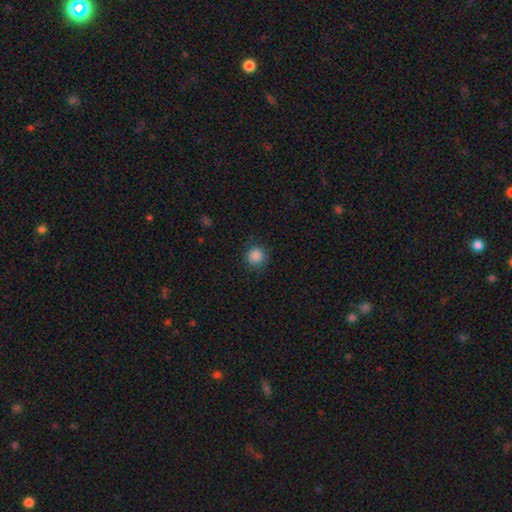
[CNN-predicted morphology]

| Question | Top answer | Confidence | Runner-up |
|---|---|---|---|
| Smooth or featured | smooth | 87% | star or artifact (10%) |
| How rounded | round | 94% | in between (5%) |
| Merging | none | 89% | minor disturbance (7%) |